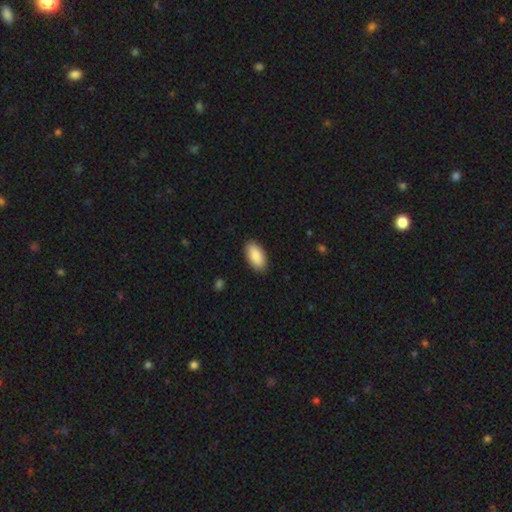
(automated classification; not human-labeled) smooth 89%, star or artifact 6%, featured or disk 6%. Down the decision tree: how rounded — in between (94%); merging — none (88%).